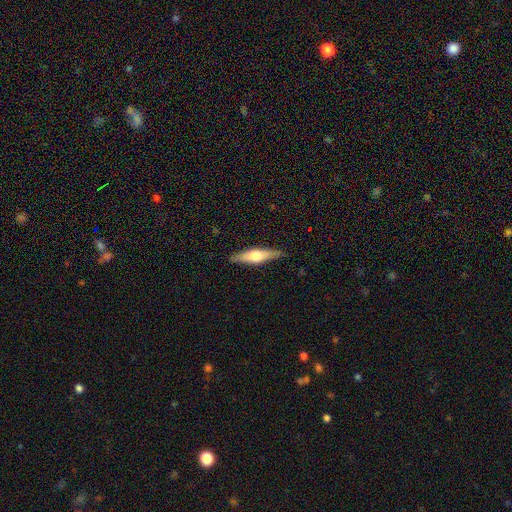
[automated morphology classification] This is possibly a featured or disk galaxy (58%). It is clearly viewed edge-on (94%). Edge-on bulge: clearly rounded (91%). Merging: clearly none (87%).